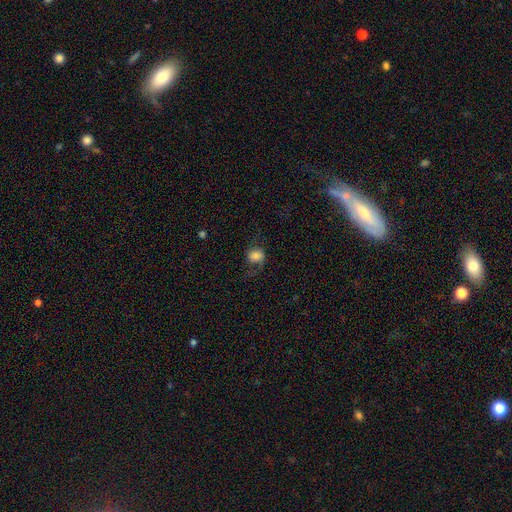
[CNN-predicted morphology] Q: Smooth or featured?
A: smooth (59%); runner-up: featured or disk (31%)
Q: How rounded?
A: round (67%); runner-up: in between (32%)
Q: Merging?
A: none (55%); runner-up: major disturbance (23%)